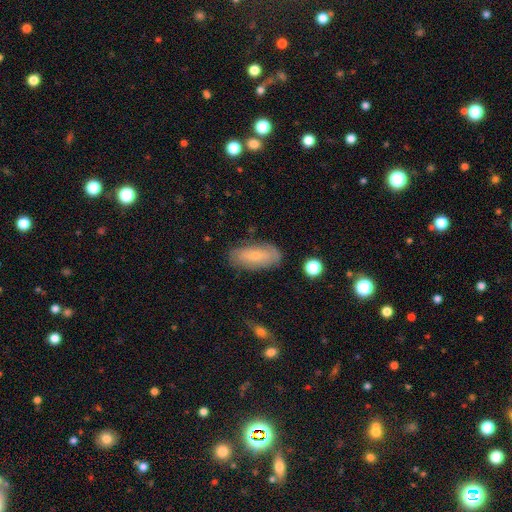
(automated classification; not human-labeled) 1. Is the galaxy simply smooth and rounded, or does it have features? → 58% smooth, 34% featured or disk, 8% star or artifact.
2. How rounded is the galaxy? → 85% in between, 13% cigar-shaped, 3% round.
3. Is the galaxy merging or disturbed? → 78% none, 17% minor disturbance, 4% major disturbance, 2% merger.